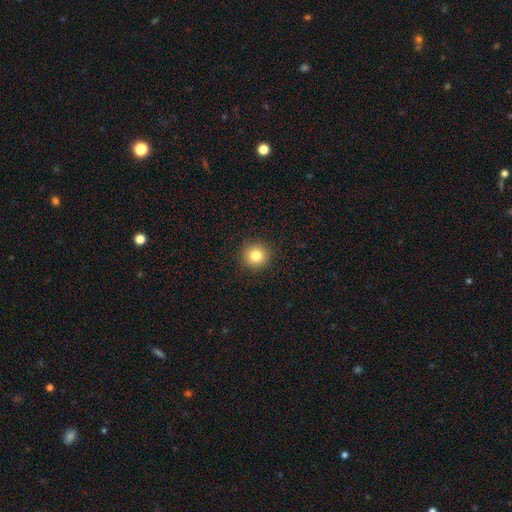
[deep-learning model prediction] A smooth galaxy with no disk features (82%) that is round (94%). Merging: none (92%).